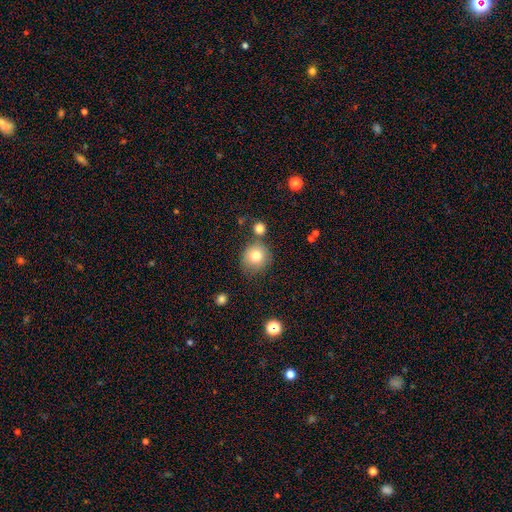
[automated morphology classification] type=smooth (80%); roundness=round (87%); merging=none (70%).